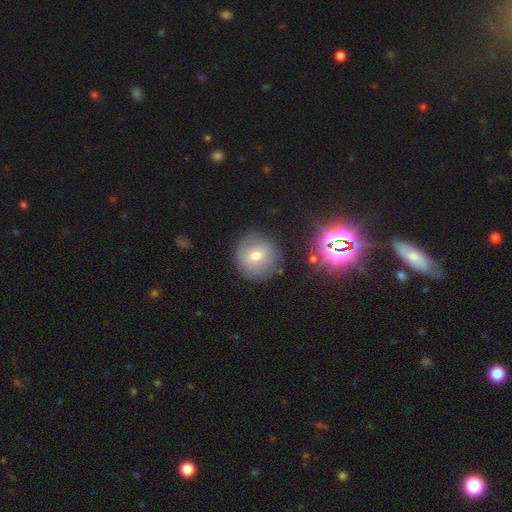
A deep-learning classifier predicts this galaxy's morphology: This is likely a smooth galaxy (65%). How rounded: clearly round (94%). Merging: clearly none (83%).